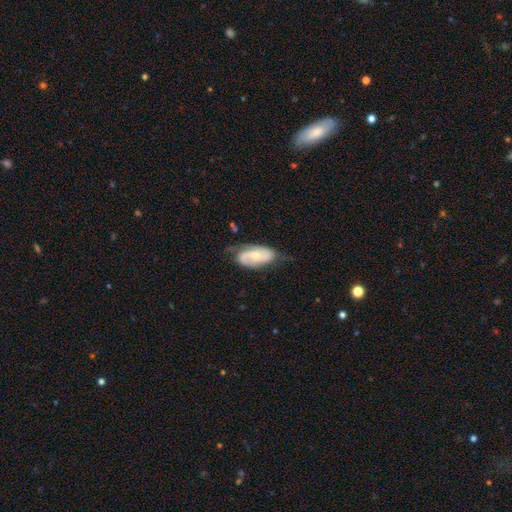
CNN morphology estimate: This is likely a featured or disk galaxy (64%). It is clearly not viewed edge-on (94%). Bar: possibly no (51%). Spiral arm pattern: clearly yes (88%). Spiral arm count: likely 2 (79%). Spiral winding: marginally medium (41%). Central bulge: possibly moderate (51%). Merging: possibly none (55%).